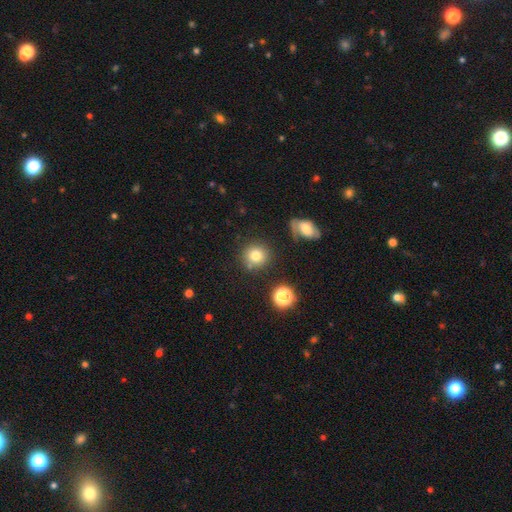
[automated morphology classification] This appears to be a smooth galaxy with no disk features (79%) that is round (89%). Merging: none (79%).